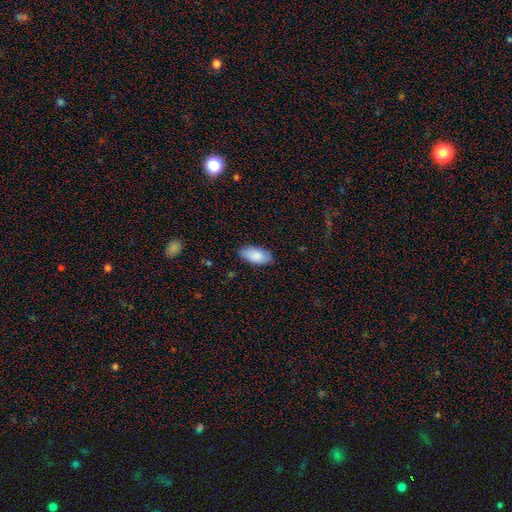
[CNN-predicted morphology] The model was most divided on "merging": none: 83%, minor disturbance: 14%, major disturbance: 3%, merger: 1%. More confident: how rounded — in between (94%); smooth or featured — smooth (86%).